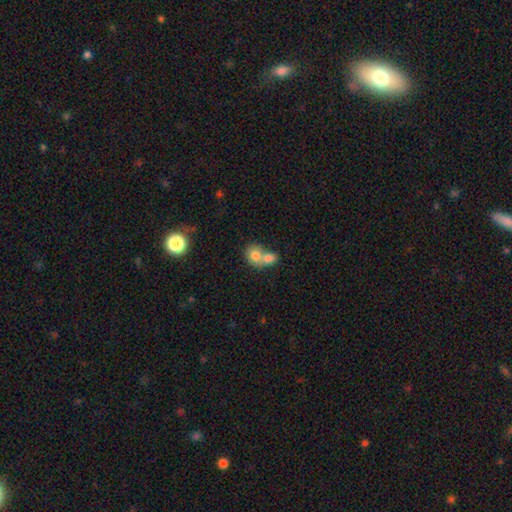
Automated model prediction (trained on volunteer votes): smooth_or_featured: smooth (p=0.76) [alt: featured or disk p=0.16]
how_rounded: round (p=0.59) [alt: in between p=0.40]
merging: merger (p=0.71) [alt: none p=0.21]